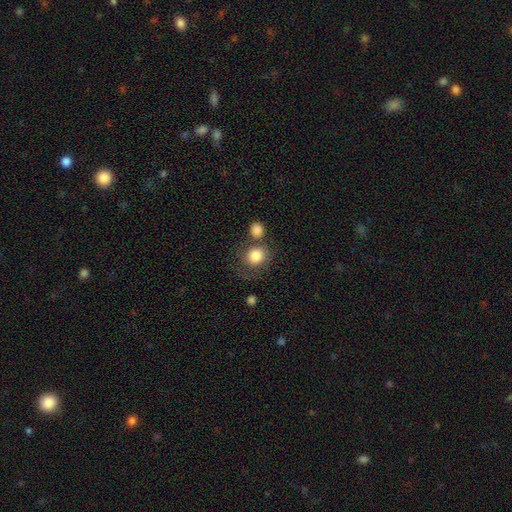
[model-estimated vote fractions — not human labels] smooth 83%, featured or disk 9%, star or artifact 8%. Down the decision tree: how rounded — round (78%); merging — none (48%).